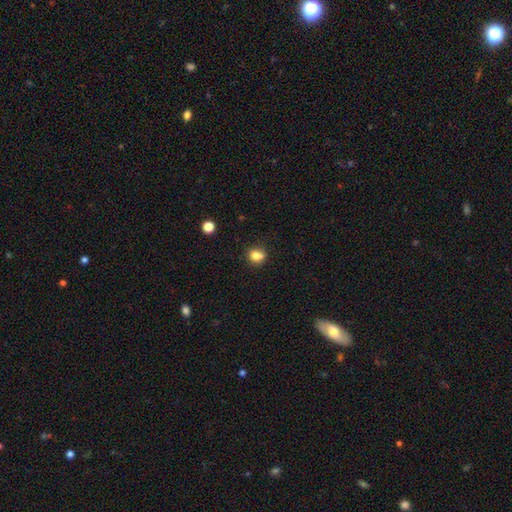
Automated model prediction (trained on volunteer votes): smooth 78%, star or artifact 12%, featured or disk 10%. Down the decision tree: how rounded — round (74%); merging — none (62%).